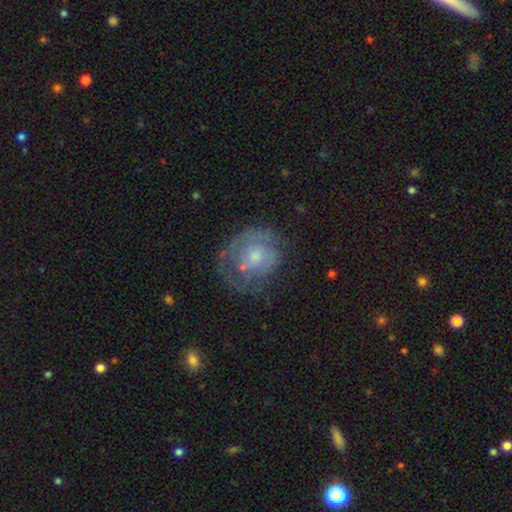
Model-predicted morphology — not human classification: Smooth or featured?
  - featured or disk: 54% *
  - smooth: 38%
  - star or artifact: 8%
Edge-on disk?
  - no: 97% *
  - yes: 3%
Bar?
  - no: 84% *
  - weak: 14%
  - strong: 2%
Spiral arms?
  - no: 54% *
  - yes: 46%
Bulge size?
  - small: 46% *
  - moderate: 43%
  - none: 6%
  - large: 4%
  - dominant: 1%
Merging?
  - none: 47% *
  - minor disturbance: 25%
  - major disturbance: 24%
  - merger: 4%